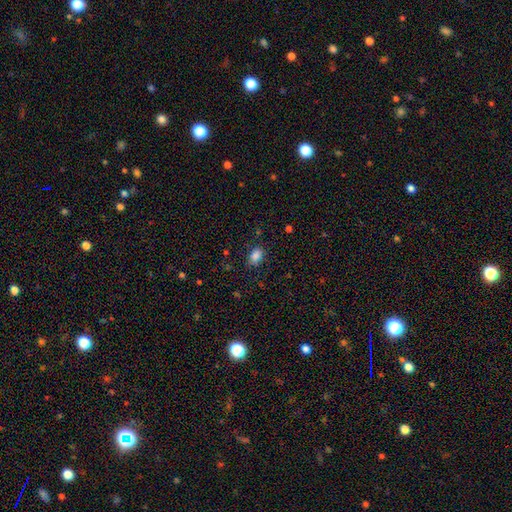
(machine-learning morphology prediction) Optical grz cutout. It shows a smooth galaxy with no disk features (85%) that is in between round and cigar-shaped (81%). Merging: none (82%).